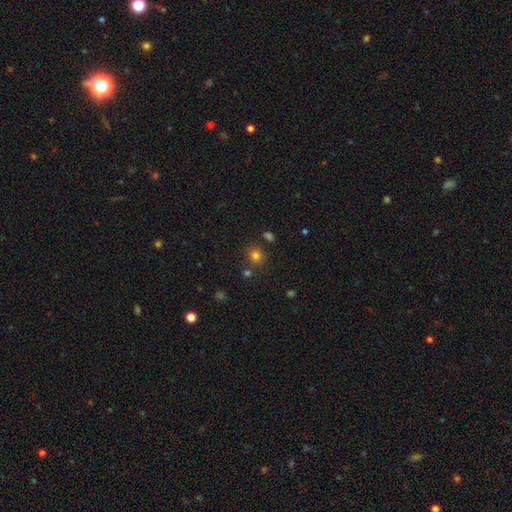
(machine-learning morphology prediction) Smooth or featured? Predicted: smooth (p=0.77). How rounded? Predicted: round (p=0.88). Merging? Predicted: none (p=0.79).